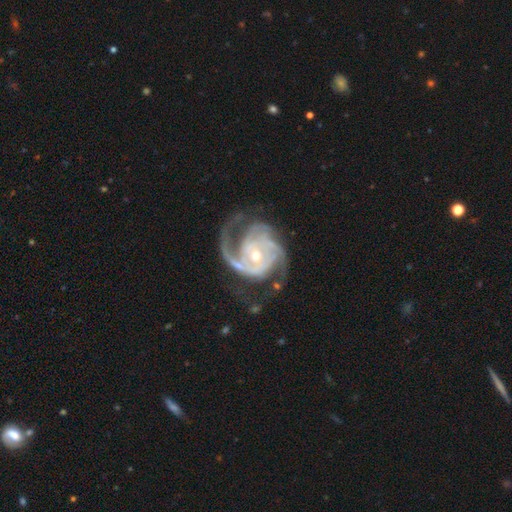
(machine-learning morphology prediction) featured or disk 92%, star or artifact 5%, smooth 4%. Down the decision tree: edge-on disk — no (98%); bar — no (68%); spiral arms — yes (98%); spiral arm count — 2 (36%); spiral winding — tight (46%); bulge size — small (50%); merging — none (59%).